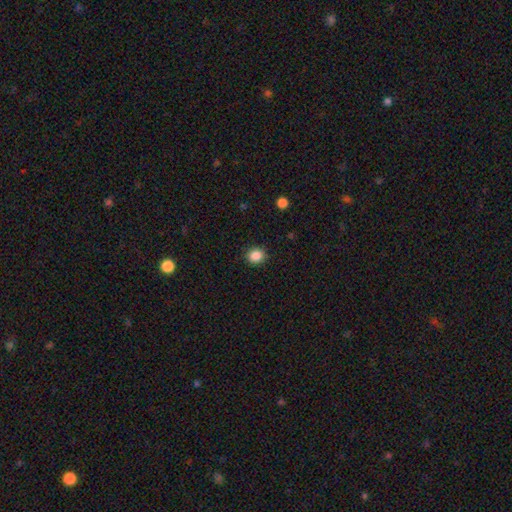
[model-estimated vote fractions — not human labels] Q: Smooth or featured?
A: smooth (87%); runner-up: star or artifact (10%)
Q: How rounded?
A: round (79%); runner-up: in between (20%)
Q: Merging?
A: none (90%); runner-up: minor disturbance (7%)